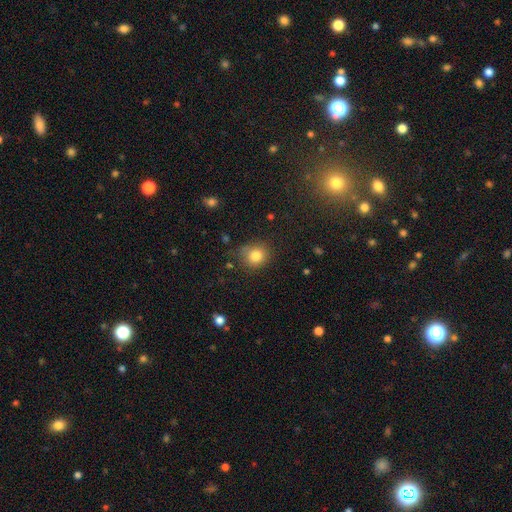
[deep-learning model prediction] Q: Smooth or featured?
A: smooth (82%); runner-up: star or artifact (11%)
Q: How rounded?
A: round (79%); runner-up: in between (20%)
Q: Merging?
A: none (75%); runner-up: minor disturbance (18%)